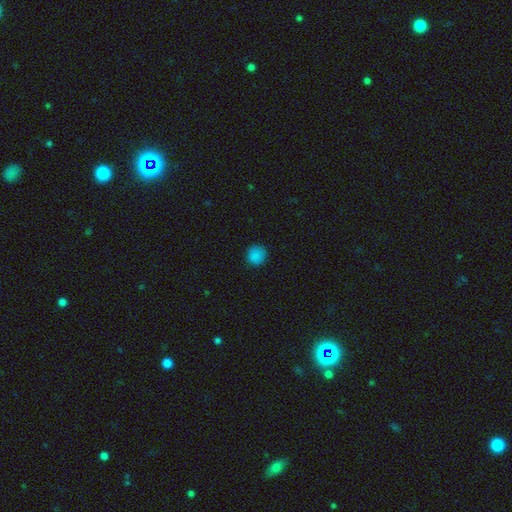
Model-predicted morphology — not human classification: Smooth or featured: smooth — 85% (star or artifact — 12%)
How rounded: round — 92% (in between — 7%)
Merging: none — 89% (minor disturbance — 8%)